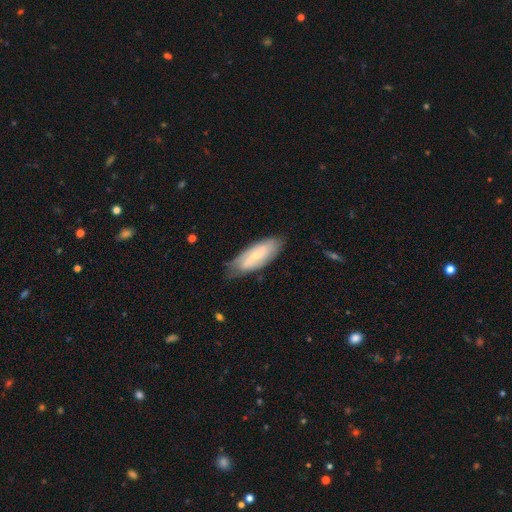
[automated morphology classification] Overall: featured or disk (59%; smooth 34%). Edge-on disk: no (86%). Bar: no (43%; weak 39%). Spiral arms: yes (79%). Bulge size: small (71%). Merging: none (74%).